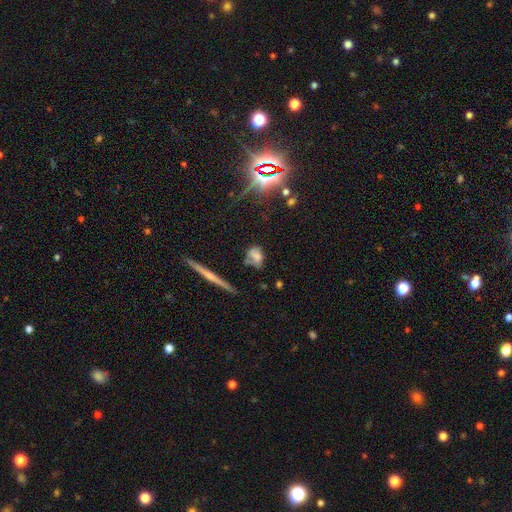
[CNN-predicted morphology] A smooth galaxy with no disk features (56%) that is in between round and cigar-shaped (63%). Merging: none (45%).